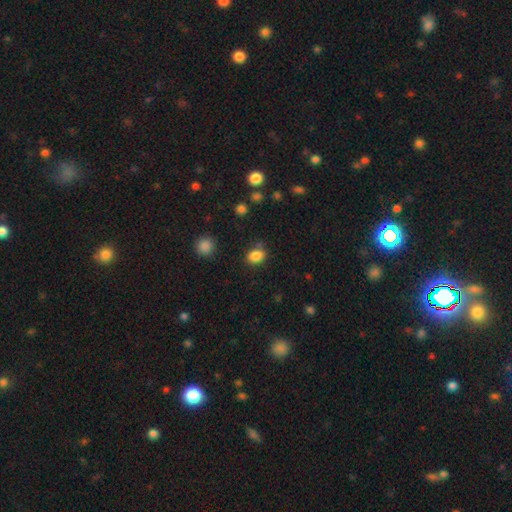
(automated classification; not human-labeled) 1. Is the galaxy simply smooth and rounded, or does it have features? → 85% smooth, 11% star or artifact, 5% featured or disk.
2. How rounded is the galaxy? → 65% in between, 34% round, 1% cigar-shaped.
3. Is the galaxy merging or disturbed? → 74% none, 16% minor disturbance, 5% merger, 4% major disturbance.